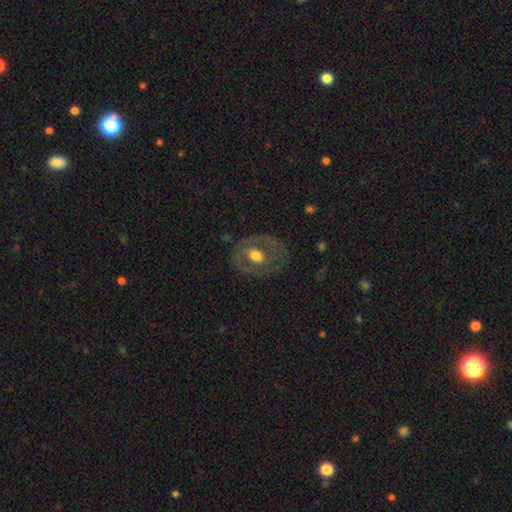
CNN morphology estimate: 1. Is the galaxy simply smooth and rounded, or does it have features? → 56% featured or disk, 37% smooth, 7% star or artifact.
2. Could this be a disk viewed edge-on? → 94% no, 6% yes.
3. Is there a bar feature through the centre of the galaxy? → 70% no, 22% weak, 8% strong.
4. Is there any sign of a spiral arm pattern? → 76% no, 24% yes.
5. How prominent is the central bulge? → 62% moderate, 27% large, 7% small, 2% dominant, 1% none.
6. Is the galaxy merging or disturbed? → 72% none, 17% minor disturbance, 10% major disturbance, 1% merger.